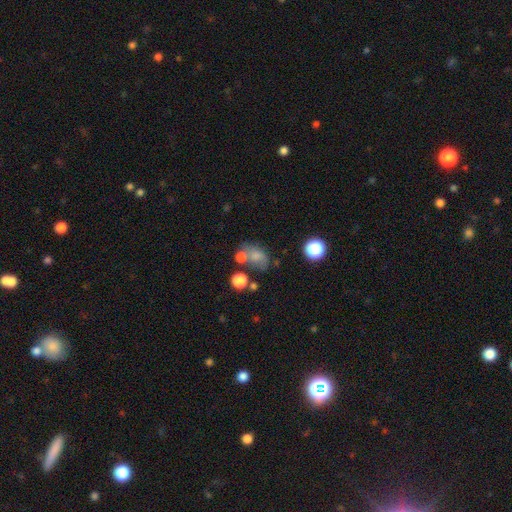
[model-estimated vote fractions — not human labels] smooth 68%, featured or disk 18%, star or artifact 15%. Down the decision tree: how rounded — in between (68%); merging — none (39%).